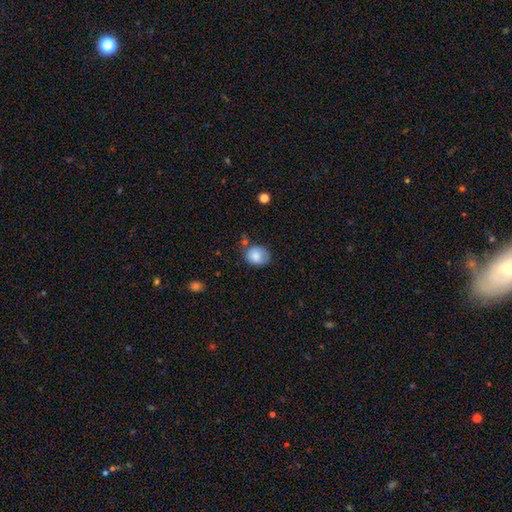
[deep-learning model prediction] The model was most divided on "how rounded": round: 56%, in between: 43%, cigar-shaped: 1%. More confident: smooth or featured — smooth (84%); merging — none (59%).